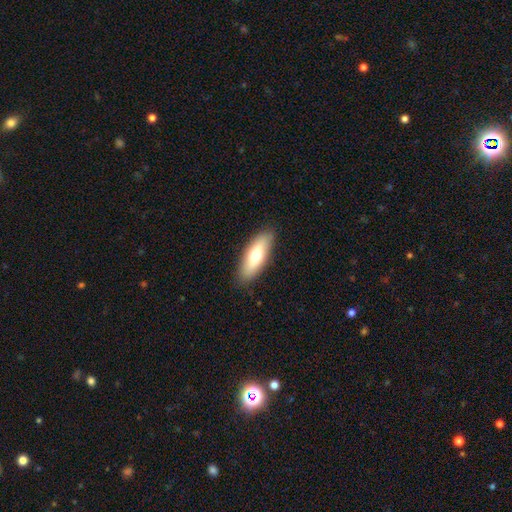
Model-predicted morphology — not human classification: smooth-or-featured: smooth: 68% | featured or disk: 26% | star or artifact: 6%
  how-rounded: in between: 62% | cigar-shaped: 35% | round: 2%
  merging: none: 88% | minor disturbance: 9% | major disturbance: 2% | merger: 1%